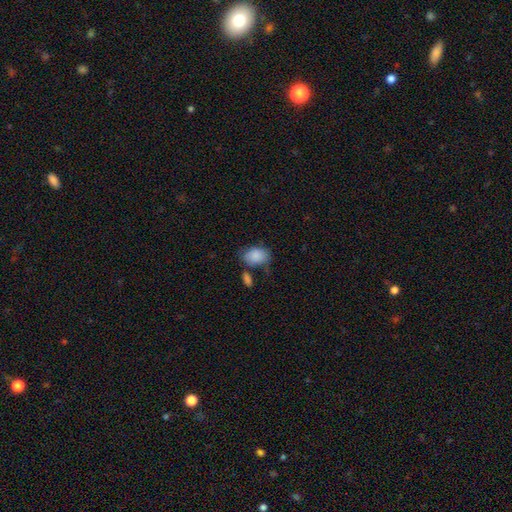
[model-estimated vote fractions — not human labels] Overall: smooth (86%). How rounded: in between (82%). Merging: none (49%; minor disturbance 26%).